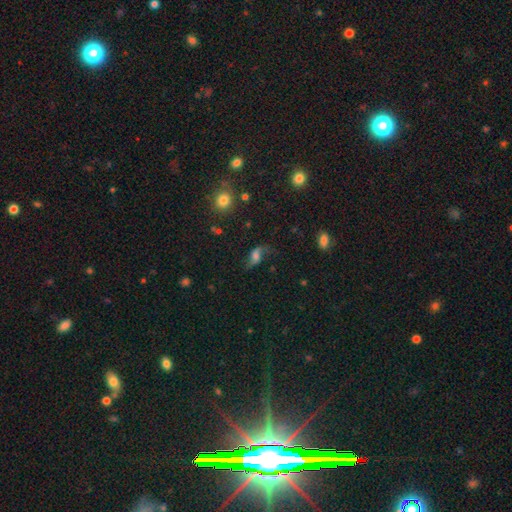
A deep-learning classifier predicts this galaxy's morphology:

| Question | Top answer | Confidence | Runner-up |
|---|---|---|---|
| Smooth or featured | featured or disk | 65% | smooth (22%) |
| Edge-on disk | no | 92% | yes (8%) |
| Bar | no | 46% | weak (39%) |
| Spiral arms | yes | 90% | no (10%) |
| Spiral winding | loose | 90% | medium (8%) |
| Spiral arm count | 2 | 88% | 1 (6%) |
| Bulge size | moderate | 29% | small (24%) |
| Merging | none | 59% | major disturbance (19%) |